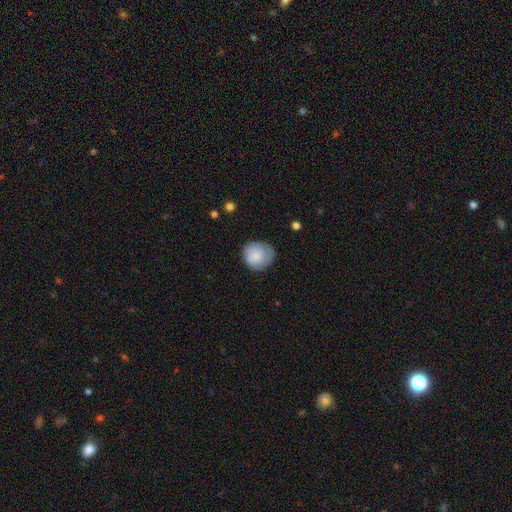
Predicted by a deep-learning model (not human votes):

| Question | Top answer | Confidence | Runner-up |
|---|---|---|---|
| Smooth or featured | smooth | 76% | featured or disk (17%) |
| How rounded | round | 84% | in between (15%) |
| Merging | none | 70% | minor disturbance (22%) |